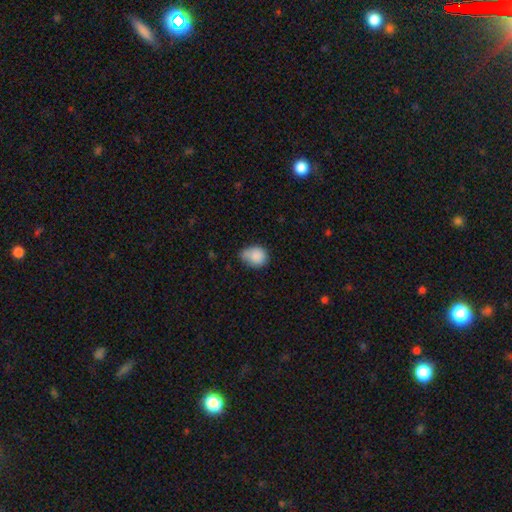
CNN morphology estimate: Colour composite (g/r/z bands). It shows a smooth galaxy with no disk features (85%) that is round (58%). Merging: none (47%).